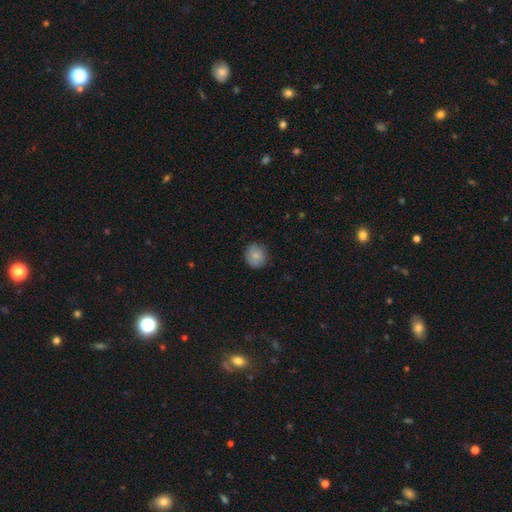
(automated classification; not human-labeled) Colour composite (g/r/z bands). It shows a smooth galaxy with no disk features (80%) that is round (88%). Merging: none (84%).